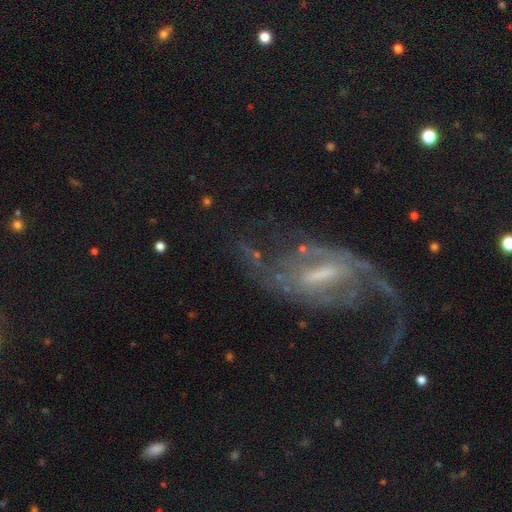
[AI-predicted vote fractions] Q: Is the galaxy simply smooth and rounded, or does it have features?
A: featured or disk — 86%.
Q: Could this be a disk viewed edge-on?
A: no — 95%.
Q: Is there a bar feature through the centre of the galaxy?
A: weak — 46%.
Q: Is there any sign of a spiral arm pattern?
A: yes — 93%.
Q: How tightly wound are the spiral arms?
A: loose — 50%.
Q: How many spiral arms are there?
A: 2 — 77%.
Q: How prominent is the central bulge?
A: small — 35%, tied with moderate.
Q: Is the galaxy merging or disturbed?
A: none — 52%.